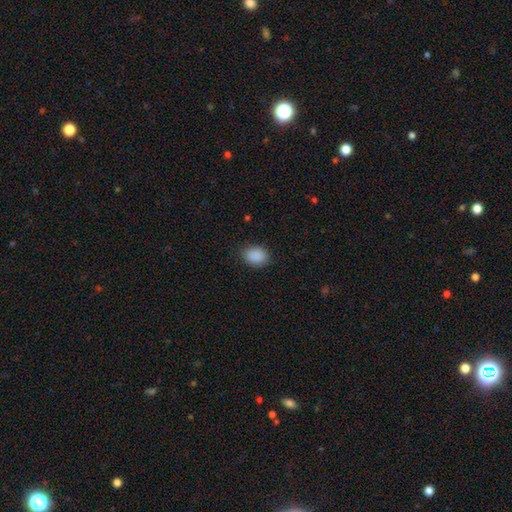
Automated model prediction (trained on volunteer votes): smooth_or_featured: smooth (p=0.89) [alt: star or artifact p=0.08]
how_rounded: in between (p=0.62) [alt: round p=0.37]
merging: none (p=0.86) [alt: minor disturbance p=0.10]